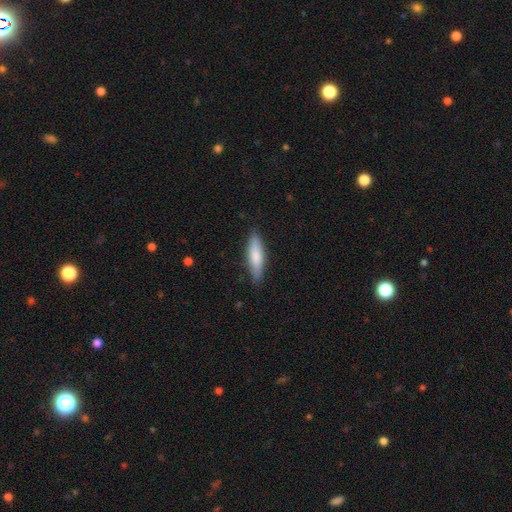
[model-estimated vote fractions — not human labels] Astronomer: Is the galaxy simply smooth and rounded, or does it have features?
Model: smooth — 76%.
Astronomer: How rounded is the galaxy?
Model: cigar-shaped — 64%.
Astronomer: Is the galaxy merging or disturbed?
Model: none — 83%.